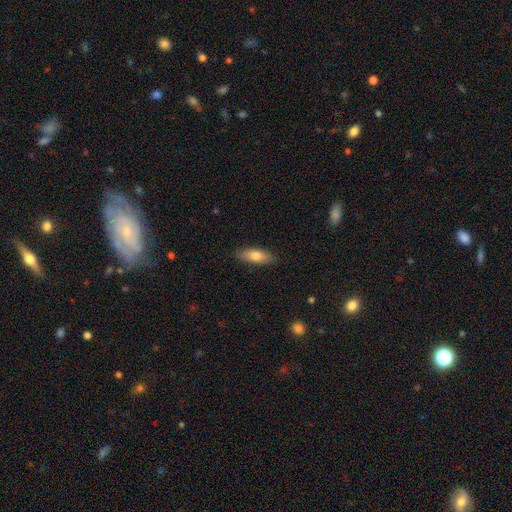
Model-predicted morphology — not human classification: smooth_or_featured: smooth (p=0.78) [alt: featured or disk p=0.16]
how_rounded: in between (p=0.69) [alt: cigar-shaped p=0.29]
merging: none (p=0.87) [alt: minor disturbance p=0.10]